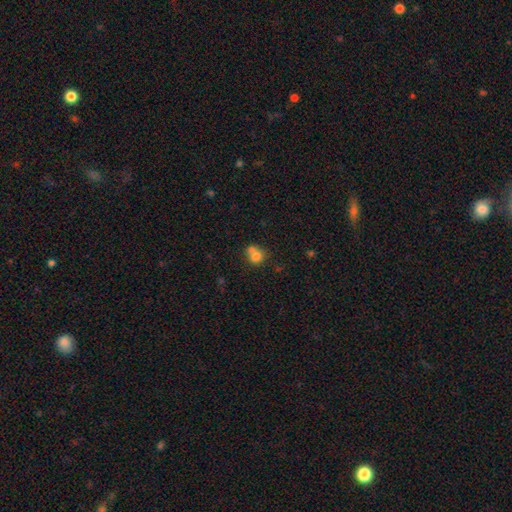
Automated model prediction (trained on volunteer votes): Smooth or featured: smooth — 75% (featured or disk — 14%)
How rounded: round — 79% (in between — 20%)
Merging: merger — 53% (none — 36%)